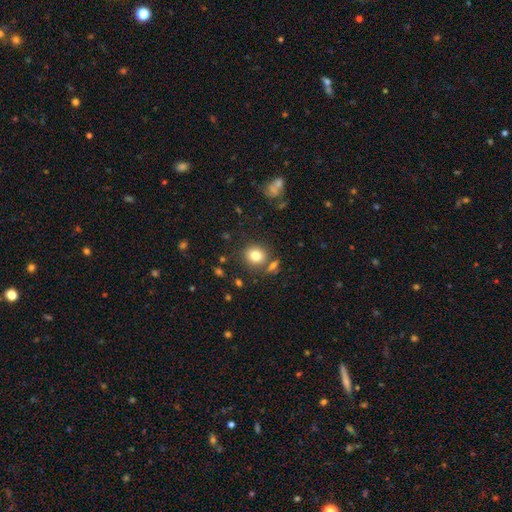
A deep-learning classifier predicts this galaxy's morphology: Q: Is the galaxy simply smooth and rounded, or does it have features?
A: smooth — 80%.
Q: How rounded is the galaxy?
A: round — 82%.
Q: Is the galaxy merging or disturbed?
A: none — 78%.